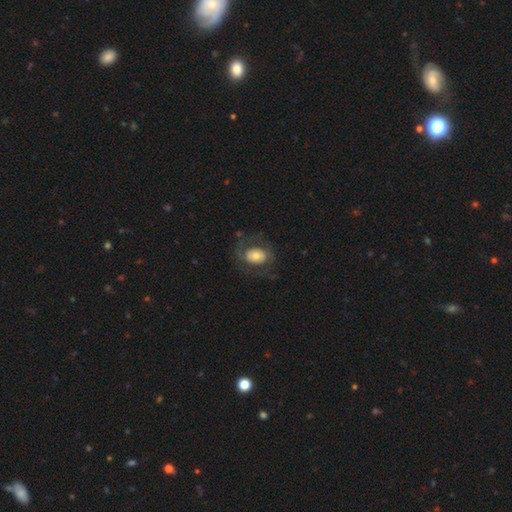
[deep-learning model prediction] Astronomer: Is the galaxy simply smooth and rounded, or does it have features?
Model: smooth — 56% (runner-up: featured or disk, 36%).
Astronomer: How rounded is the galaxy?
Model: in between — 65%.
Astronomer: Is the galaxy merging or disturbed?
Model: none — 64%.